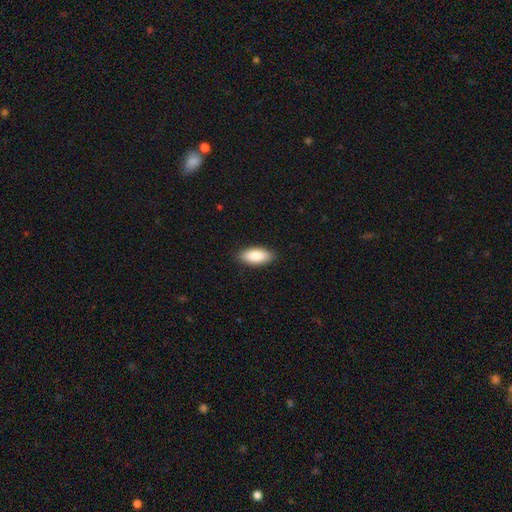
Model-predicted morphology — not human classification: Overall: smooth (88%). How rounded: in between (87%). Merging: none (88%).